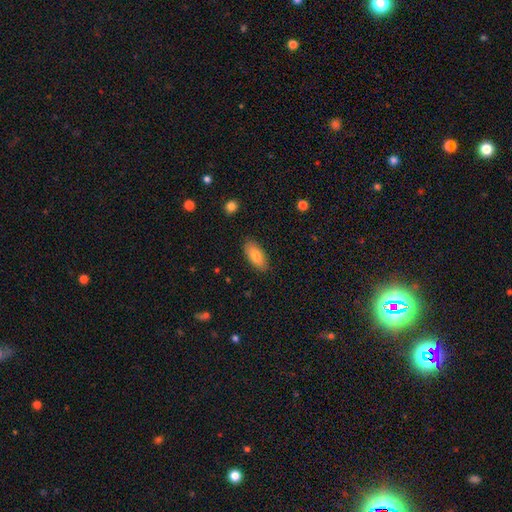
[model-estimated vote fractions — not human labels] A smooth galaxy with no disk features (79%) that is in between round and cigar-shaped (86%).

Vote fractions:
- Smooth or featured? smooth: 79% / featured or disk: 14% / star or artifact: 7%
- How rounded? in between: 86% / cigar-shaped: 12% / round: 3%
- Merging? none: 87% / minor disturbance: 10% / major disturbance: 2% / merger: 1%